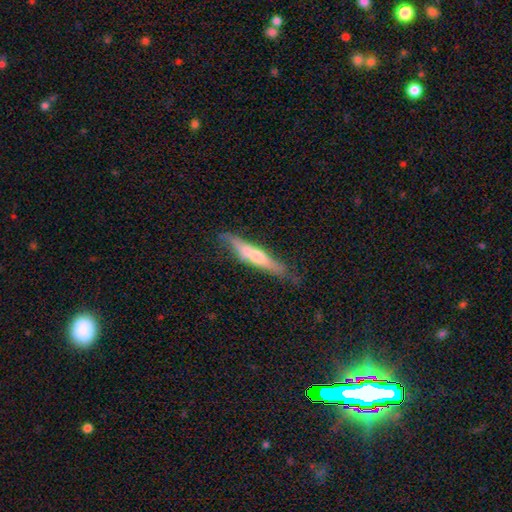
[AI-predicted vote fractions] Smooth or featured: featured or disk — 58% (smooth — 32%)
Edge-on disk: yes — 90% (no — 10%)
Edge-on bulge: rounded — 71% (none — 20%)
Merging: none — 81% (minor disturbance — 15%)